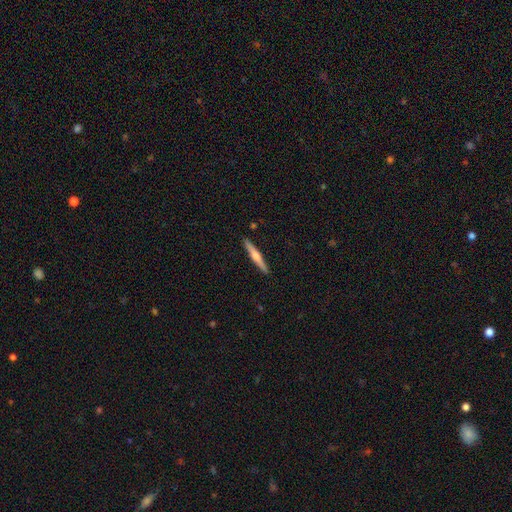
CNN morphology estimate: featured or disk 56%, smooth 39%, star or artifact 5%. Down the decision tree: edge-on disk — yes (98%); edge-on bulge — rounded (79%); merging — none (92%).